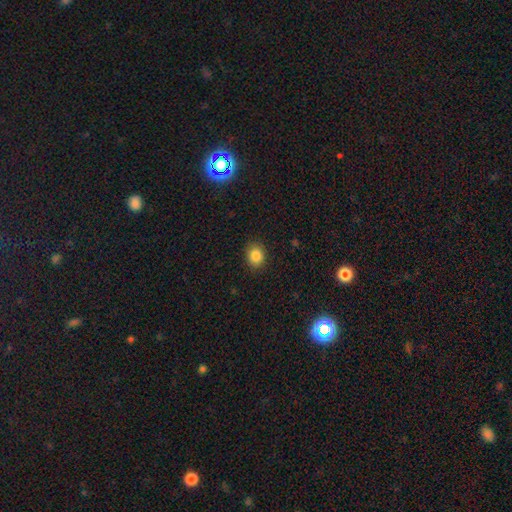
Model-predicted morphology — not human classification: Smooth or featured? smooth (86%)
How rounded? round (55%)
Merging? none (88%)